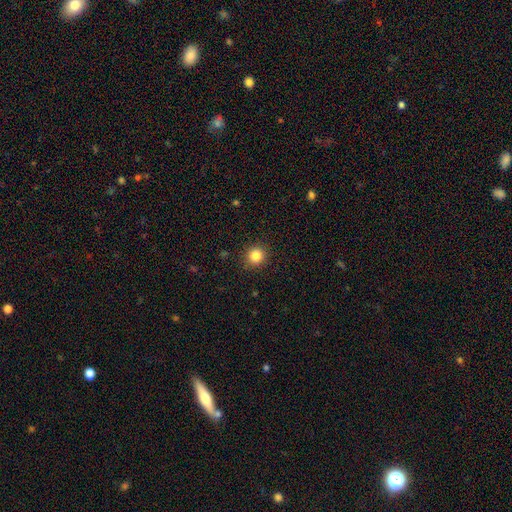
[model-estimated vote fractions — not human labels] smooth 84%, star or artifact 11%, featured or disk 5%. Down the decision tree: how rounded — round (88%); merging — none (90%).